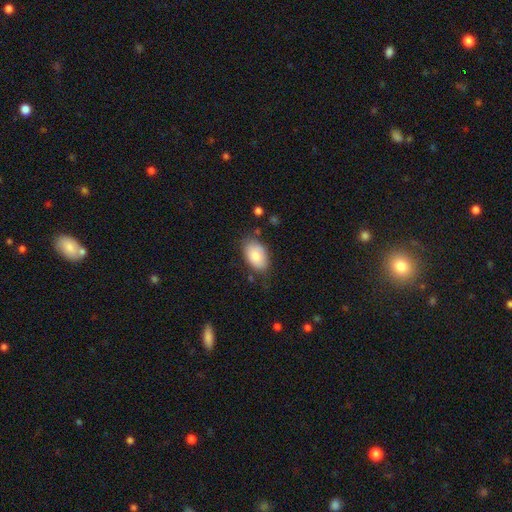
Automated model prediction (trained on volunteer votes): A smooth galaxy with no disk features (82%) that is in between round and cigar-shaped (91%). Merging: none (73%).